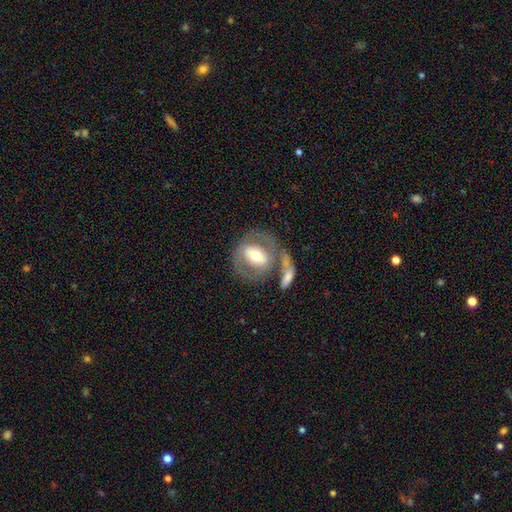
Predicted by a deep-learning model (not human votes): Overall: featured or disk (60%; smooth 34%). Edge-on disk: no (93%). Bar: strong (37%; weak 34%). Spiral arms: no (61%; yes 39%). Bulge size: moderate (70%). Merging: none (49%; merger 21%).